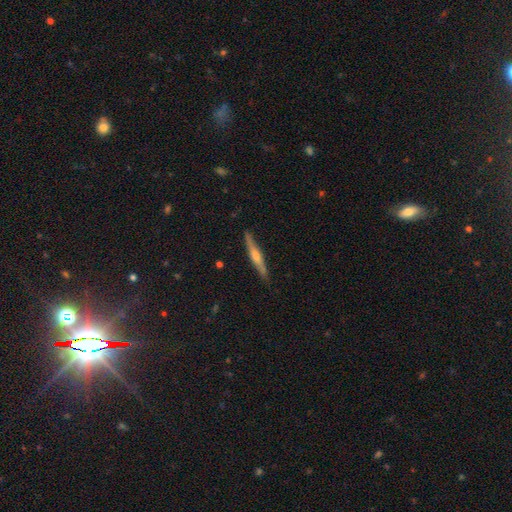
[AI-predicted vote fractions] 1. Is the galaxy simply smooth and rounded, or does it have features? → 64% featured or disk, 30% smooth, 6% star or artifact.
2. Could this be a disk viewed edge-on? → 96% yes, 4% no.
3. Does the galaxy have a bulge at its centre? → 82% rounded, 12% none, 6% boxy.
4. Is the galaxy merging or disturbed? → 86% none, 11% minor disturbance, 2% major disturbance, 1% merger.